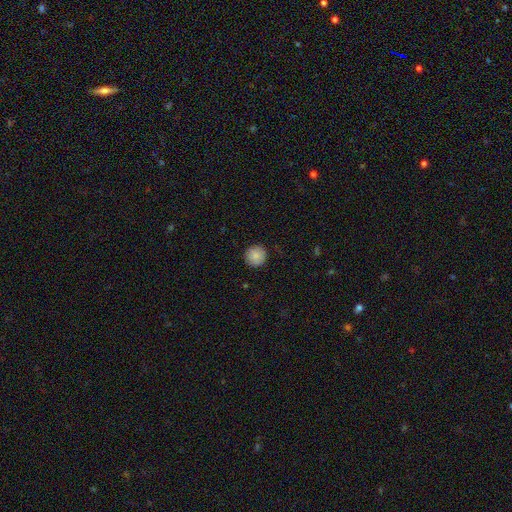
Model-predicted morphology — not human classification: Smooth or featured? Predicted: smooth (p=0.87). How rounded? Predicted: round (p=0.95). Merging? Predicted: none (p=0.90).